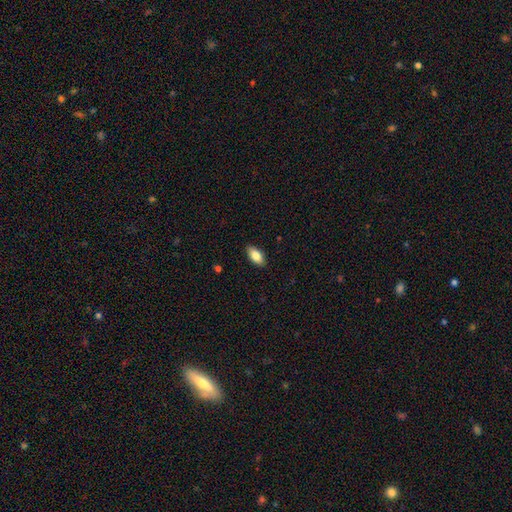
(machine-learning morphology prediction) Smooth or featured? smooth (83%)
How rounded? in between (91%)
Merging? none (89%)